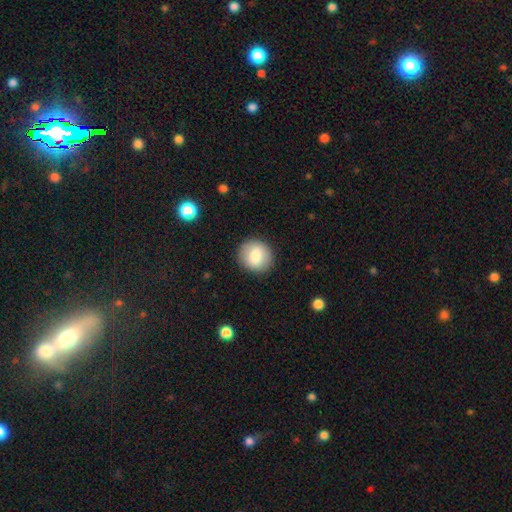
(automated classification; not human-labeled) This is clearly a smooth galaxy (81%). How rounded: clearly round (87%). Merging: clearly none (89%).